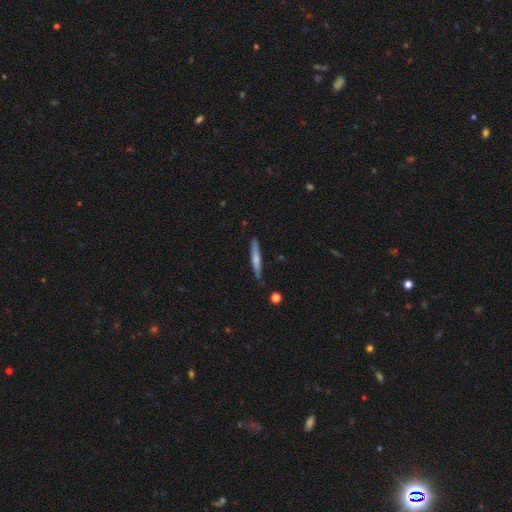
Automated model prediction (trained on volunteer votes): smooth-or-featured: featured or disk: 48% | smooth: 45% | star or artifact: 7%
  merging: none: 87% | minor disturbance: 10% | major disturbance: 2% | merger: 2%